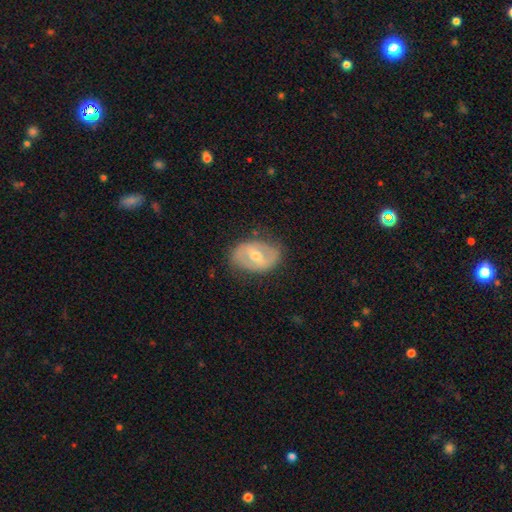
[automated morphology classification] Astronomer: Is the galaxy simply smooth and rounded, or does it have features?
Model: featured or disk — 64%.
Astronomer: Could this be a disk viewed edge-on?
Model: no — 94%.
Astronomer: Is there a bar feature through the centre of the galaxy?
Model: weak — 43% (runner-up: strong, 34%).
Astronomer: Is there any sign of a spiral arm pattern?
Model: no — 53% (runner-up: yes, 47%).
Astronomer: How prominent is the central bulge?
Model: moderate — 64%.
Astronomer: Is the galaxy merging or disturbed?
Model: none — 76%.